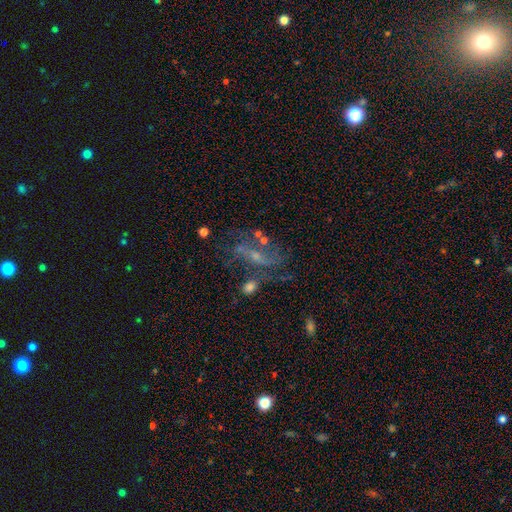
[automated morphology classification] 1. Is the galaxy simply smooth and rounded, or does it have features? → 62% featured or disk, 20% star or artifact, 18% smooth.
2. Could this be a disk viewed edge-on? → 85% no, 15% yes.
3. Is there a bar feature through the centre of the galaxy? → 42% no, 38% weak, 20% strong.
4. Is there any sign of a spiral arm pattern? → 69% yes, 31% no.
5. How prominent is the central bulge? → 60% small, 23% moderate, 13% none, 2% large, 2% dominant.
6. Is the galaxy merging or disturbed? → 49% none, 20% major disturbance, 17% minor disturbance, 13% merger.